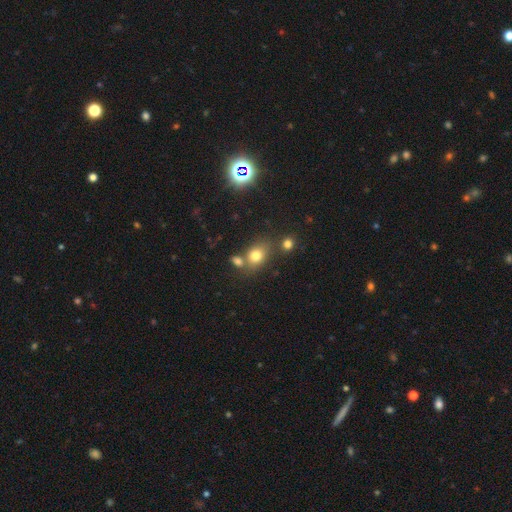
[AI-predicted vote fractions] Smooth or featured: smooth — 76% (star or artifact — 14%)
How rounded: in between — 58% (round — 40%)
Merging: none — 57% (merger — 24%)